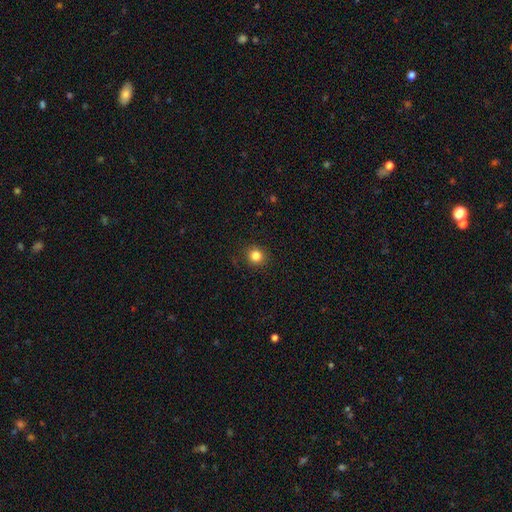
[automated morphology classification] This appears to be a smooth galaxy with no disk features (84%) that is round (91%). Merging: none (91%).